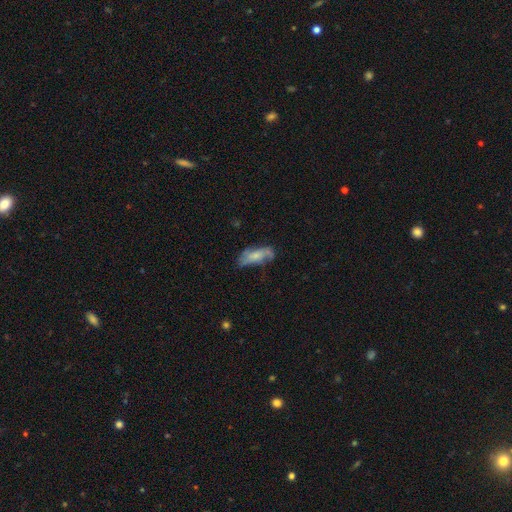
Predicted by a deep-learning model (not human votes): The model was most divided on "merging": none: 44%, minor disturbance: 32%, major disturbance: 19%, merger: 6%. More confident: how rounded — in between (73%); smooth or featured — smooth (54%).